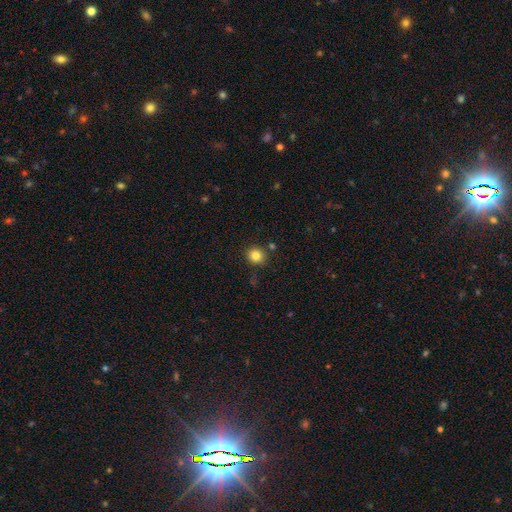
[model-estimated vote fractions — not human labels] The model was most divided on "how rounded": round: 83%, in between: 16%, cigar-shaped: 1%. More confident: merging — none (86%); smooth or featured — smooth (83%).